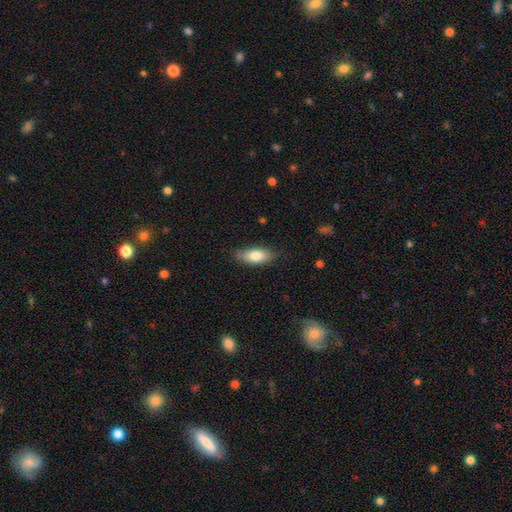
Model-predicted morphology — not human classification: Q: Smooth or featured?
A: smooth (78%); runner-up: featured or disk (16%)
Q: How rounded?
A: in between (81%); runner-up: cigar-shaped (16%)
Q: Merging?
A: none (79%); runner-up: minor disturbance (17%)